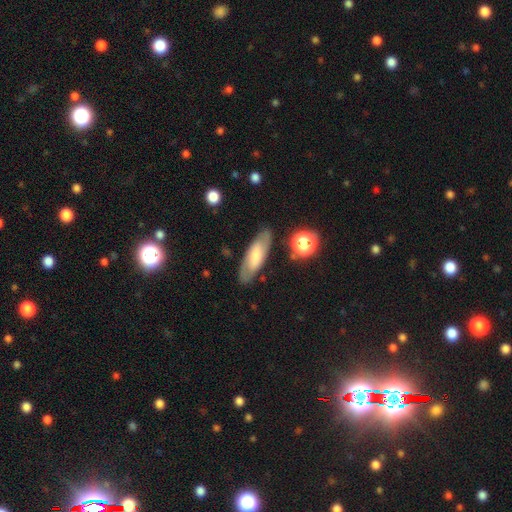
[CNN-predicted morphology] Q: Smooth or featured?
A: smooth (50%); runner-up: featured or disk (43%)
Q: Merging?
A: none (81%); runner-up: minor disturbance (13%)